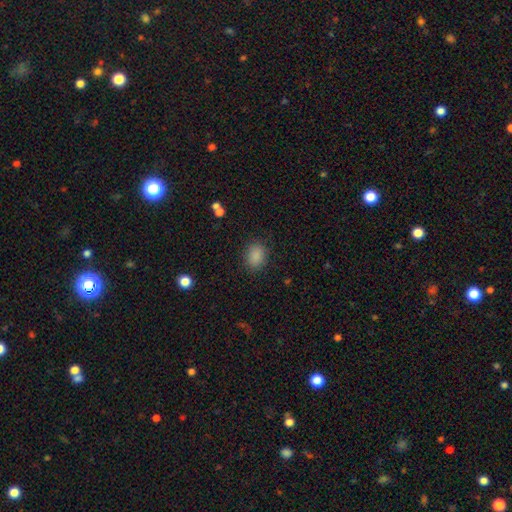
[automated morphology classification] type=smooth (87%); roundness=in between (62%); merging=none (85%).